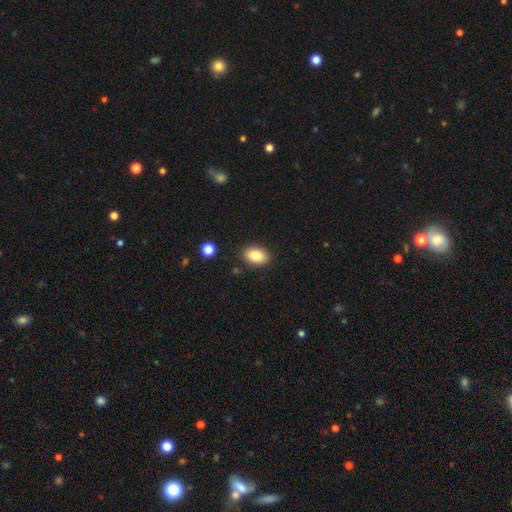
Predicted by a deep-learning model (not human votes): The model was most divided on "how rounded": in between: 87%, round: 12%, cigar-shaped: 1%. More confident: merging — none (87%); smooth or featured — smooth (85%).